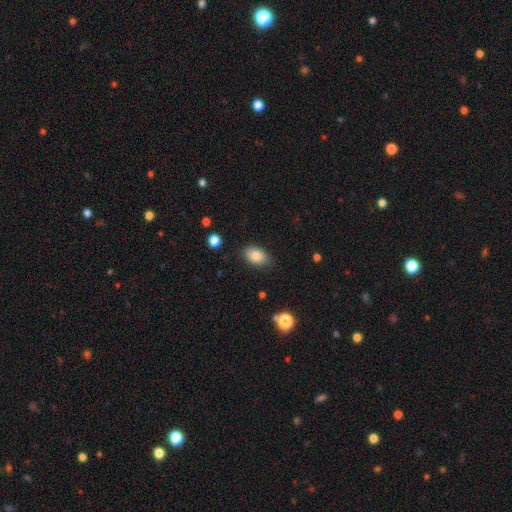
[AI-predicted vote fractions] Q: Smooth or featured?
A: smooth (84%); runner-up: featured or disk (9%)
Q: How rounded?
A: in between (87%); runner-up: round (11%)
Q: Merging?
A: none (81%); runner-up: minor disturbance (14%)